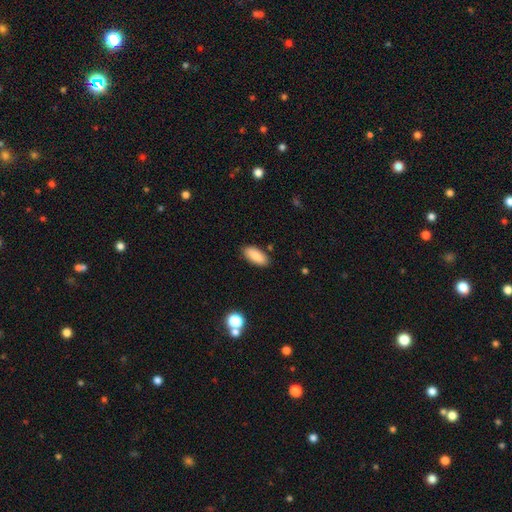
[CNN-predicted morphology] type=smooth (86%); roundness=in between (86%); merging=none (87%).